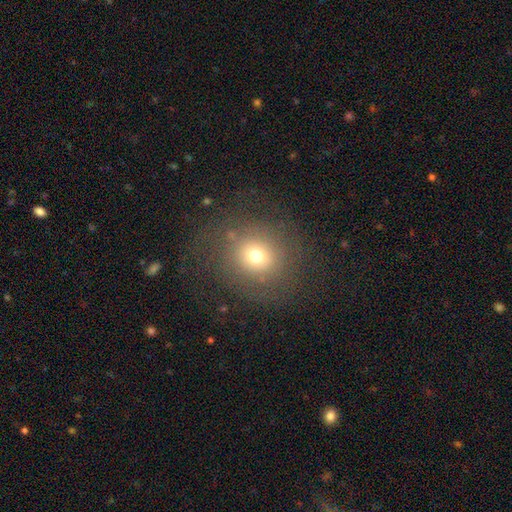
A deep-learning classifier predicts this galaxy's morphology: A smooth galaxy with no disk features (67%) that is round (89%). Merging: none (79%).